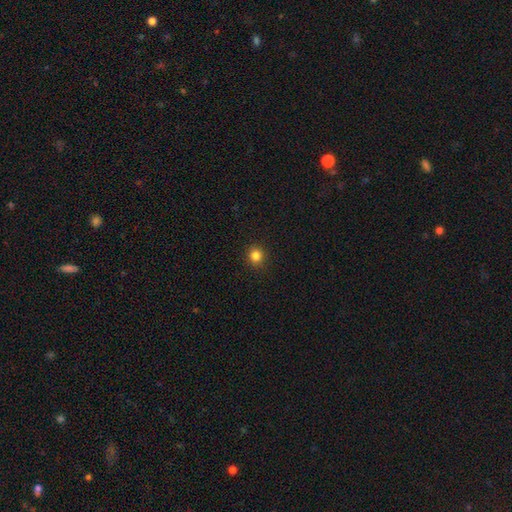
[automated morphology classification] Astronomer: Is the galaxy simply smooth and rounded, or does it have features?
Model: smooth — 83%.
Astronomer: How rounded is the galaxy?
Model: round — 89%.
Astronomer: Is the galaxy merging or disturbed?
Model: none — 92%.